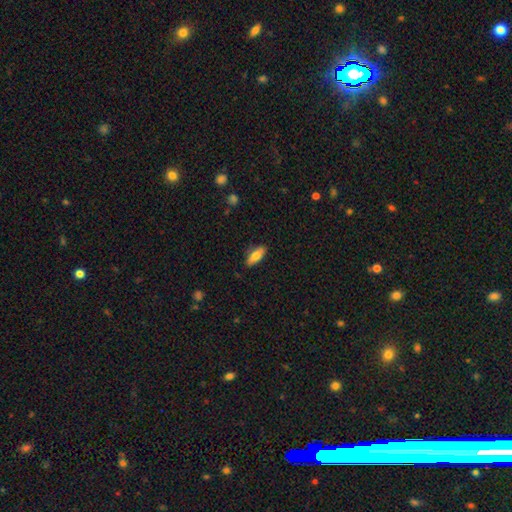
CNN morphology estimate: Smooth or featured? Predicted: smooth (p=0.77). How rounded? Predicted: in between (p=0.74). Merging? Predicted: none (p=0.85).